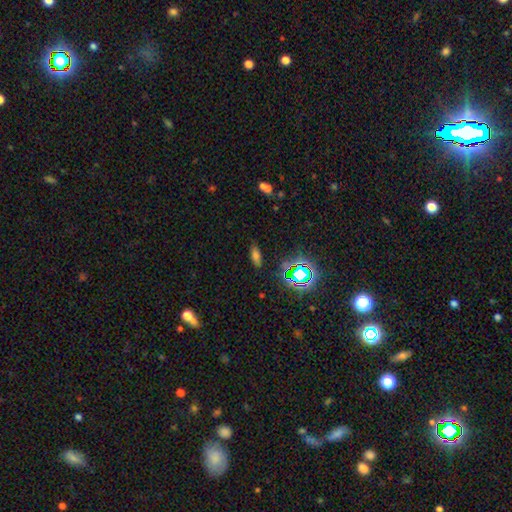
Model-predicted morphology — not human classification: Smooth or featured? smooth (62%)
How rounded? in between (70%)
Merging? none (85%)